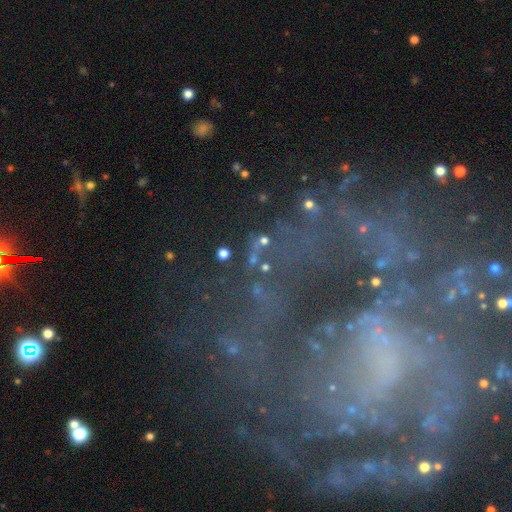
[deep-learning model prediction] This appears to be a star or artifact, not a galaxy (45%).